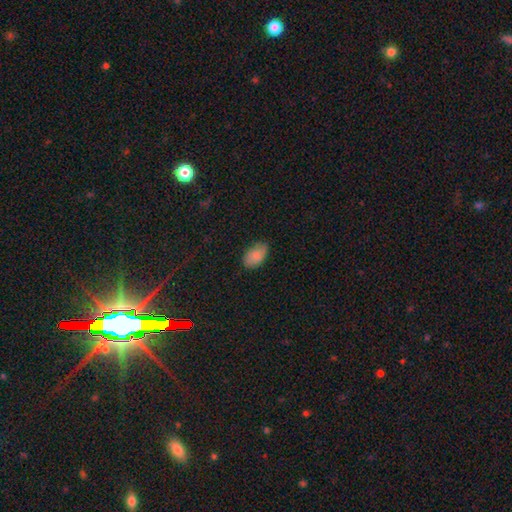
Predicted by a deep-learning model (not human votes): smooth-or-featured: smooth: 85% | featured or disk: 8% | star or artifact: 7%
  how-rounded: in between: 93% | round: 5% | cigar-shaped: 2%
  merging: none: 75% | minor disturbance: 20% | major disturbance: 3% | merger: 1%